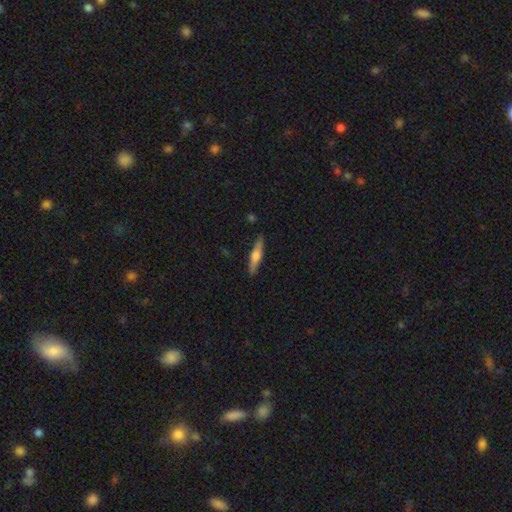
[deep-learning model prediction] Smooth or featured? featured or disk (53%)
Edge-on disk? yes (96%)
Edge-on bulge? rounded (80%)
Merging? none (89%)